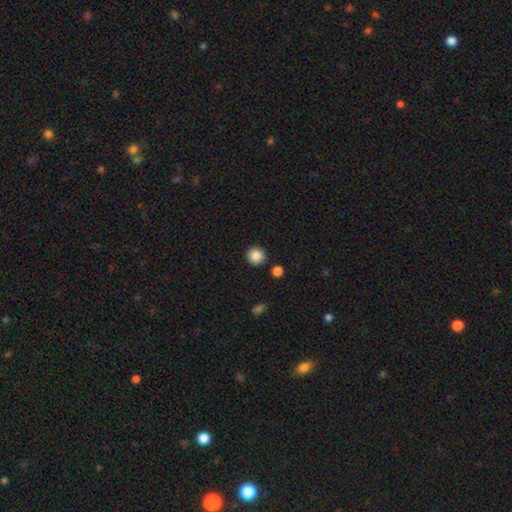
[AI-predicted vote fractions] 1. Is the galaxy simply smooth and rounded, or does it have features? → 86% smooth, 9% star or artifact, 4% featured or disk.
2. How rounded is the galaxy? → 95% round, 4% in between, 1% cigar-shaped.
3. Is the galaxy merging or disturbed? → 91% none, 5% minor disturbance, 3% merger, 2% major disturbance.